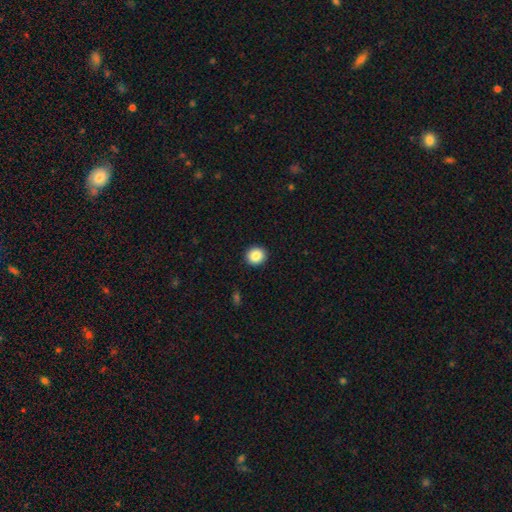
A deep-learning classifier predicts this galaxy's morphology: The model was most divided on "how rounded": round: 88%, in between: 11%, cigar-shaped: 1%. More confident: merging — none (93%); smooth or featured — smooth (87%).